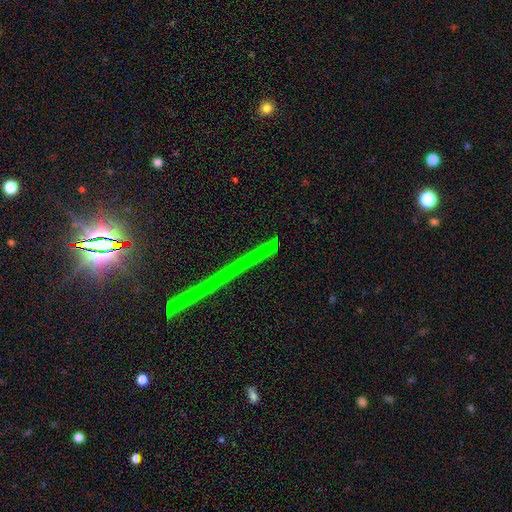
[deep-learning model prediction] smooth-or-featured: star or artifact: 75% | featured or disk: 16% | smooth: 9%